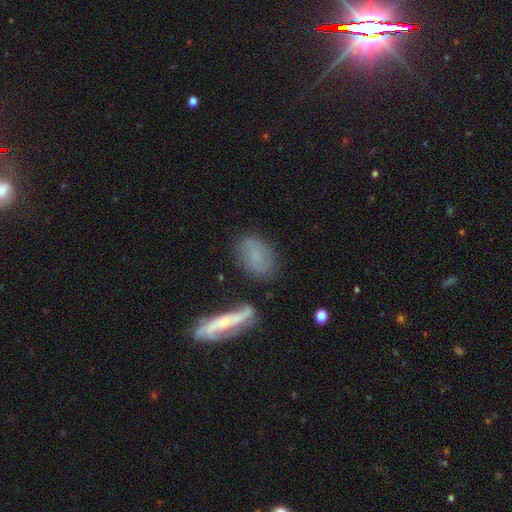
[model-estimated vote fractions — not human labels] A smooth galaxy with no disk features (64%) that is in between round and cigar-shaped (83%).

Vote fractions:
- Smooth or featured? smooth: 64% / featured or disk: 26% / star or artifact: 10%
- How rounded? in between: 83% / round: 12% / cigar-shaped: 6%
- Merging? none: 68% / minor disturbance: 17% / merger: 8% / major disturbance: 7%